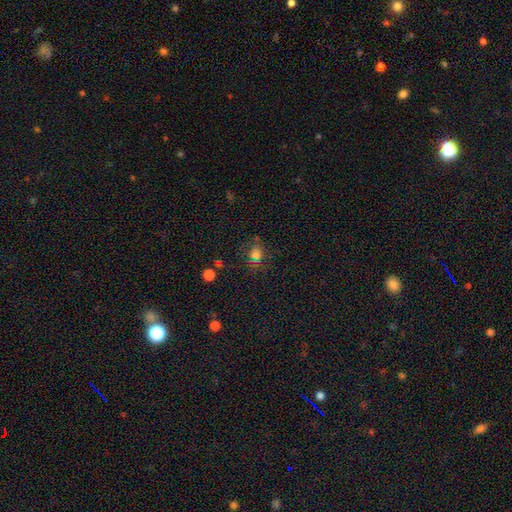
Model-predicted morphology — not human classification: Smooth or featured?
  - smooth: 69% *
  - star or artifact: 22%
  - featured or disk: 9%
How rounded?
  - round: 50% *
  - in between: 47%
  - cigar-shaped: 2%
Merging?
  - none: 70% *
  - minor disturbance: 17%
  - major disturbance: 7%
  - merger: 6%